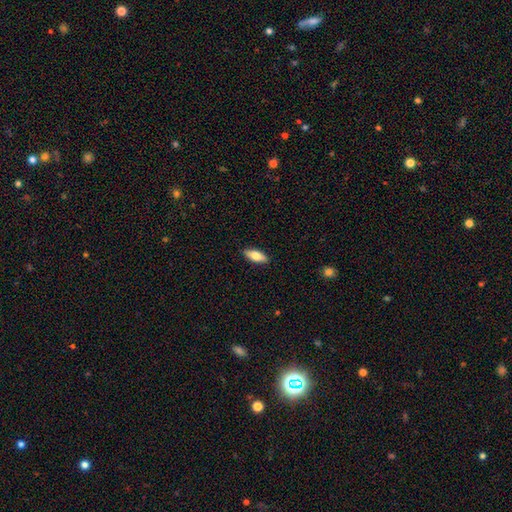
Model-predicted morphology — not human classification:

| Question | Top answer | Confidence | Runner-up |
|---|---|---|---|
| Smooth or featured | smooth | 74% | featured or disk (20%) |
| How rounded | in between | 77% | cigar-shaped (21%) |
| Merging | none | 89% | minor disturbance (8%) |